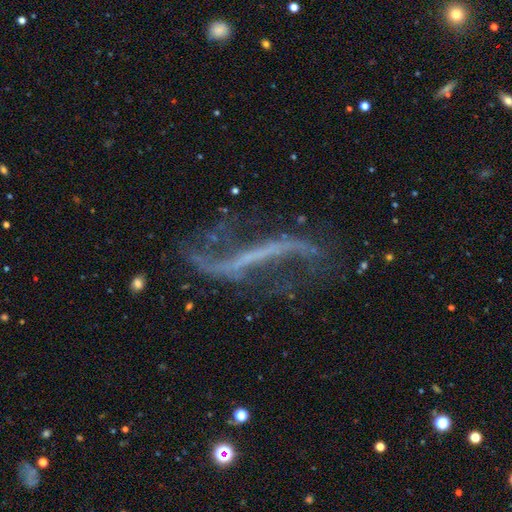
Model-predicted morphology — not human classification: This appears to be a featured or disk galaxy (80%) with a strong bar (52%), 2 (86%) loose (93%) spiral arms (80%) and no central bulge (68%). Merging: none (55%).